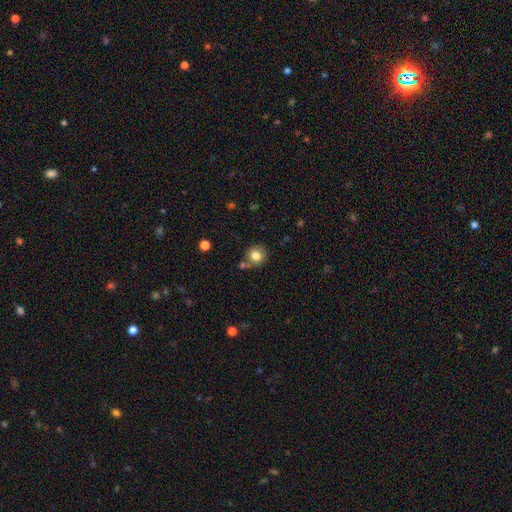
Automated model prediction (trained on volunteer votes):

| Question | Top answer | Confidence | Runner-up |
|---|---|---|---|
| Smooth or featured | smooth | 81% | star or artifact (11%) |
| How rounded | round | 88% | in between (11%) |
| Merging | none | 73% | merger (12%) |